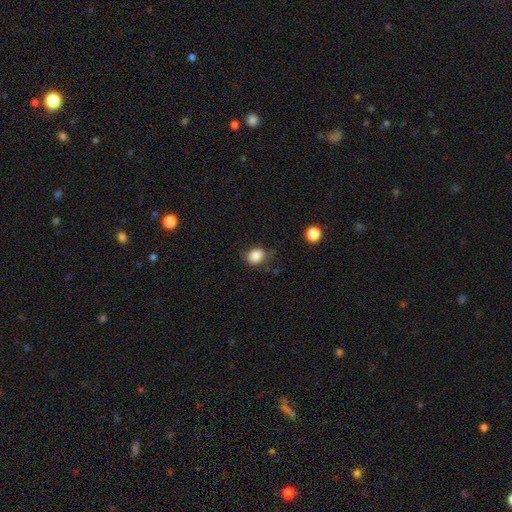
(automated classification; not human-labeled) smooth 85%, star or artifact 10%, featured or disk 5%. Down the decision tree: how rounded — round (62%); merging — none (73%).